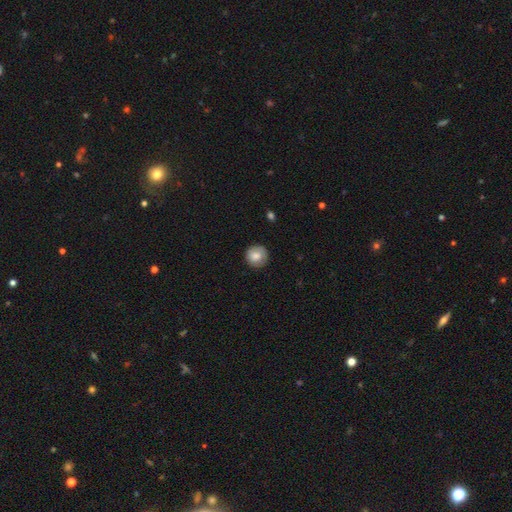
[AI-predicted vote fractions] smooth_or_featured: smooth (p=0.79) [alt: featured or disk p=0.14]
how_rounded: round (p=0.93) [alt: in between p=0.06]
merging: none (p=0.85) [alt: minor disturbance p=0.12]